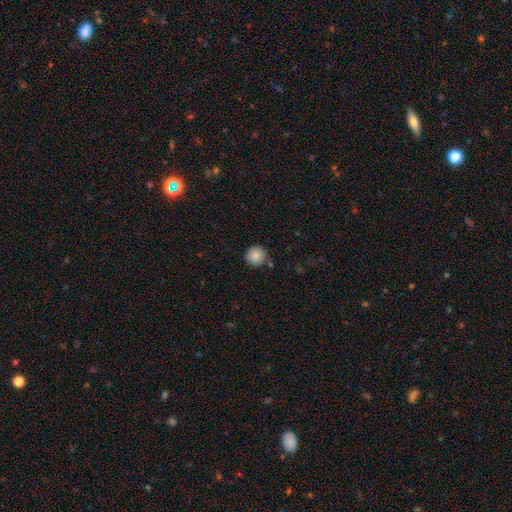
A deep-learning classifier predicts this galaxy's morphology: type=smooth (87%); roundness=round (94%); merging=none (84%).